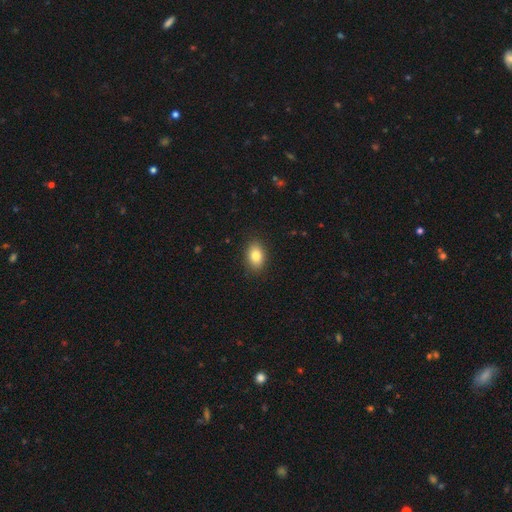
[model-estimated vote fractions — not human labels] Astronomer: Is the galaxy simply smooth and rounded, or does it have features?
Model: smooth — 83%.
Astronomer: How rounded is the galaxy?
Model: in between — 84%.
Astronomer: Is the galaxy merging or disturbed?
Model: none — 89%.